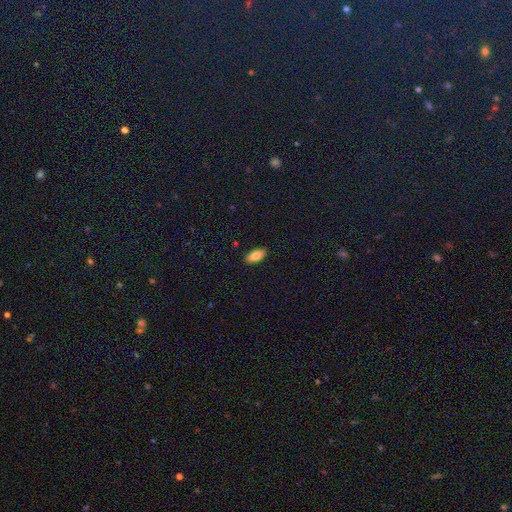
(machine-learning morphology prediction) Overall: smooth (77%). How rounded: in between (86%). Merging: none (89%).